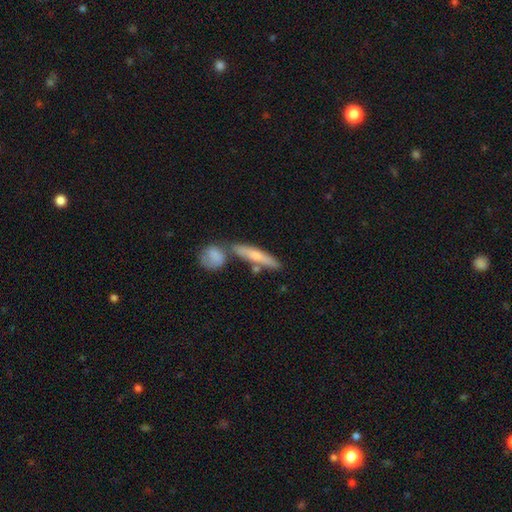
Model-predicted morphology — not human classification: smooth 61%, featured or disk 33%, star or artifact 7%. Down the decision tree: how rounded — cigar-shaped (82%); merging — none (59%).